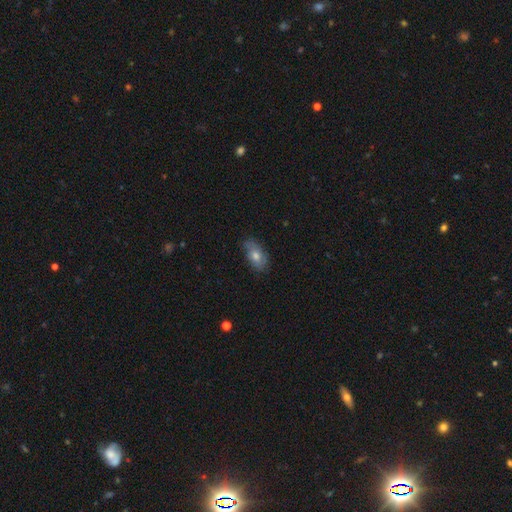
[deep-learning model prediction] smooth_or_featured: smooth (p=0.63) [alt: featured or disk p=0.27]
how_rounded: in between (p=0.87) [alt: round p=0.09]
merging: none (p=0.72) [alt: minor disturbance p=0.22]